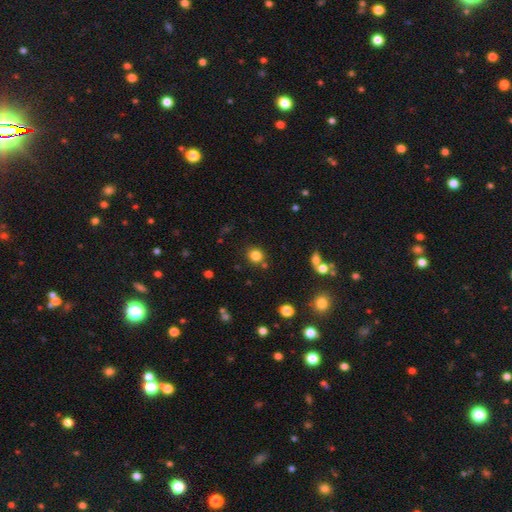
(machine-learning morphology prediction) type=smooth (81%); roundness=round (89%); merging=none (83%).